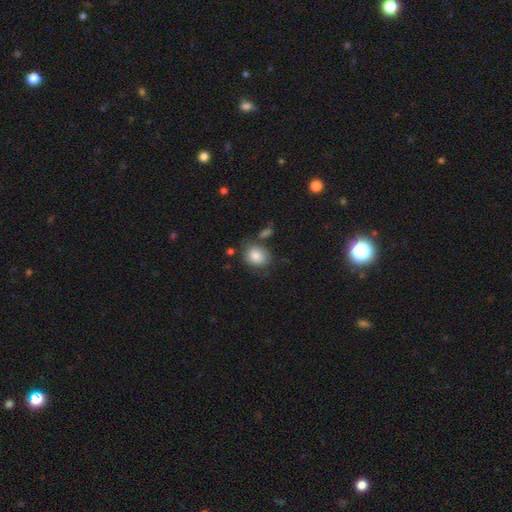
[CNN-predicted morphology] smooth-or-featured: smooth: 84% | featured or disk: 8% | star or artifact: 8%
  how-rounded: round: 53% | in between: 46% | cigar-shaped: 1%
  merging: none: 67% | minor disturbance: 19% | merger: 8% | major disturbance: 6%